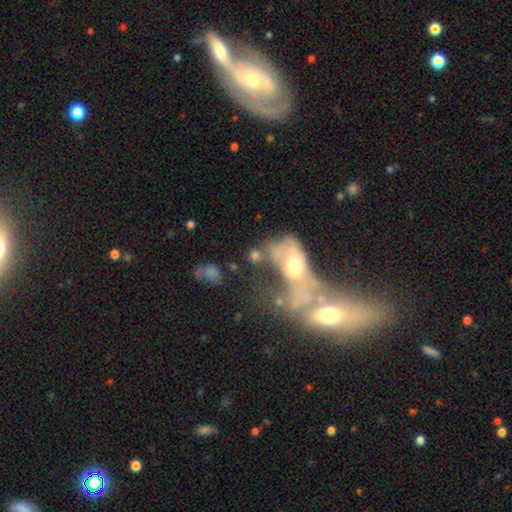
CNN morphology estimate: This appears to be a smooth galaxy with no disk features (44%). Merging: merger (46%).